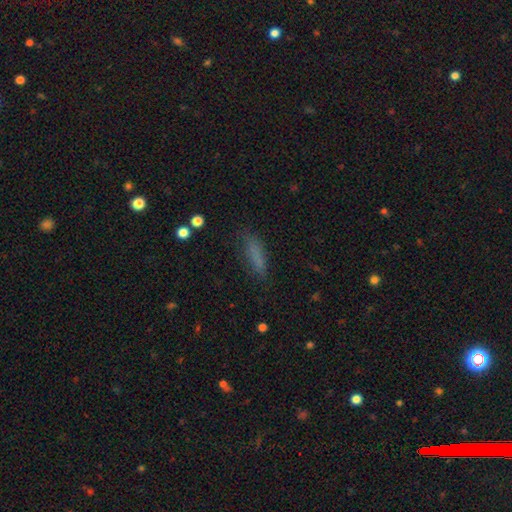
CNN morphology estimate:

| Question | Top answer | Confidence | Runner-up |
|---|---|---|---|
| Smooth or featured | smooth | 76% | star or artifact (12%) |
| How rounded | cigar-shaped | 69% | in between (29%) |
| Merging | none | 76% | minor disturbance (16%) |